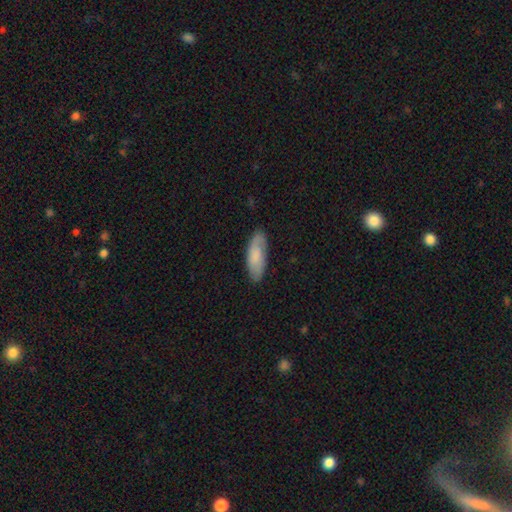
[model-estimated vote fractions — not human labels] Smooth or featured? Predicted: smooth (p=0.74). How rounded? Predicted: in between (p=0.67). Merging? Predicted: none (p=0.81).